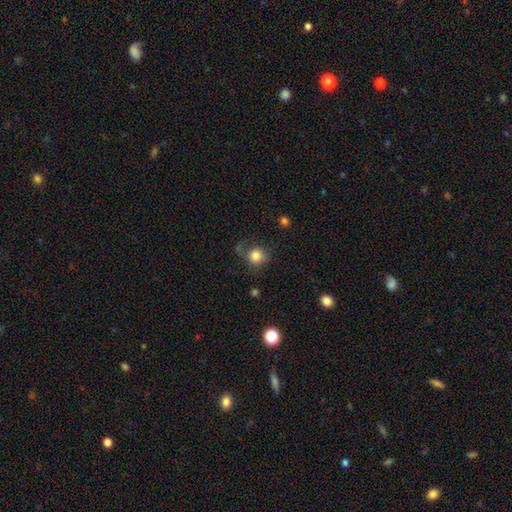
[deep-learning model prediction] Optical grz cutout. It shows a smooth galaxy with no disk features (82%) that is round (84%). Merging: none (59%).